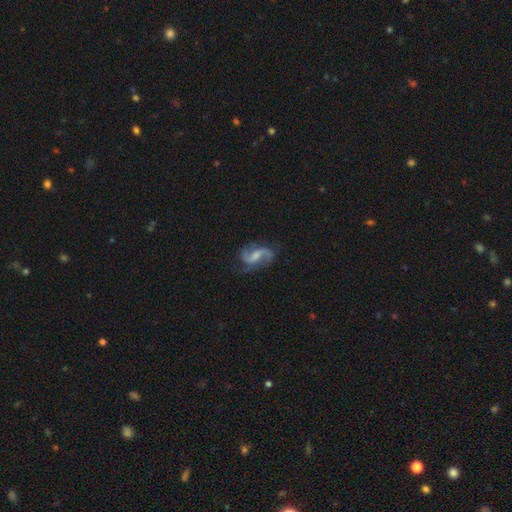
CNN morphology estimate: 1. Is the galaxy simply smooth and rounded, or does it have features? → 85% featured or disk, 9% smooth, 6% star or artifact.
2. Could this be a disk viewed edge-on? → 98% no, 2% yes.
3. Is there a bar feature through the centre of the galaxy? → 51% weak, 29% no, 20% strong.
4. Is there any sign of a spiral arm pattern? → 96% yes, 4% no.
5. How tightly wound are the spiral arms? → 48% loose, 42% medium, 9% tight.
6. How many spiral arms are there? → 83% 2, 7% 3, 4% can't tell, 3% 1, 2% 4, 2% more than 4.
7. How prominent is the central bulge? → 36% moderate, 34% small, 22% none, 6% large, 1% dominant.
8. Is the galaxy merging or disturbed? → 66% none, 19% minor disturbance, 13% major disturbance, 2% merger.